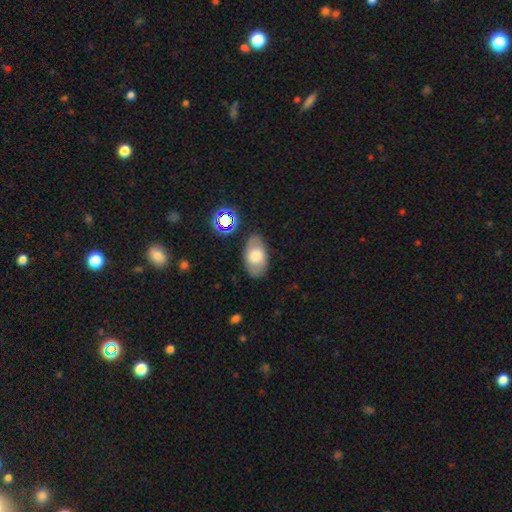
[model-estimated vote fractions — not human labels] smooth 60%, featured or disk 31%, star or artifact 9%. Down the decision tree: how rounded — in between (92%); merging — none (80%).